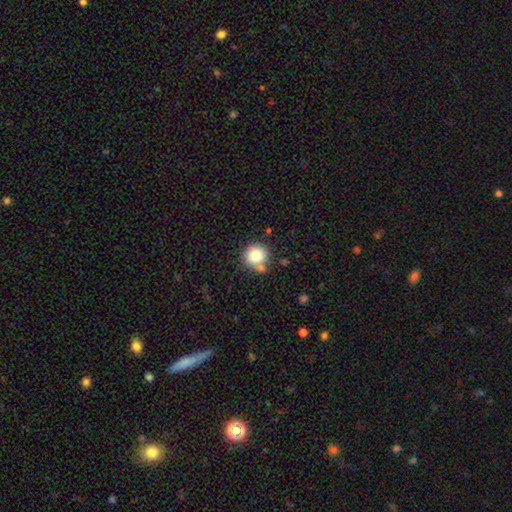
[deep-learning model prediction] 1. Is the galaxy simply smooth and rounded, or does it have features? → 81% smooth, 10% star or artifact, 9% featured or disk.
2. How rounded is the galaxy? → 91% round, 8% in between, 1% cigar-shaped.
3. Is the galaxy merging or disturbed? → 68% none, 14% merger, 14% minor disturbance, 4% major disturbance.